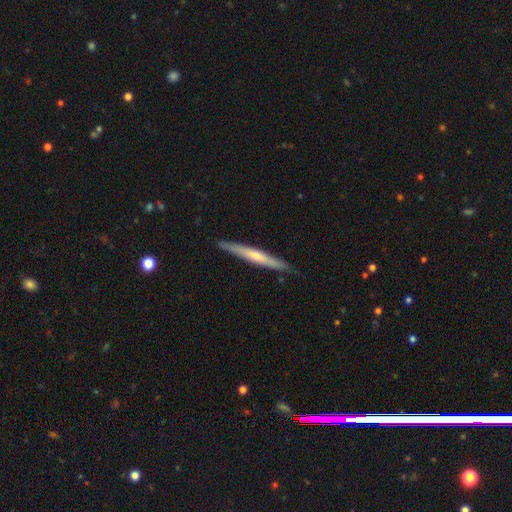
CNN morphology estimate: smooth-or-featured: featured or disk: 51% | smooth: 44% | star or artifact: 5%
  disk-edge-on: yes: 94% | no: 6%
  merging: none: 87% | minor disturbance: 10% | major disturbance: 2% | merger: 1%